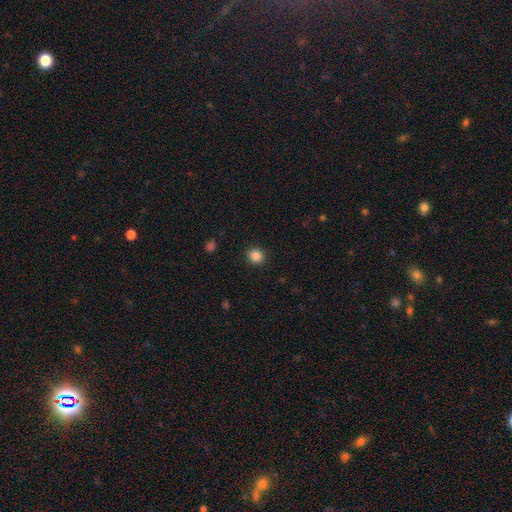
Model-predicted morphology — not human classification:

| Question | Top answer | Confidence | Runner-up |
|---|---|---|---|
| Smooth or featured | smooth | 86% | star or artifact (11%) |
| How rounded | round | 87% | in between (12%) |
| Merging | none | 91% | minor disturbance (6%) |